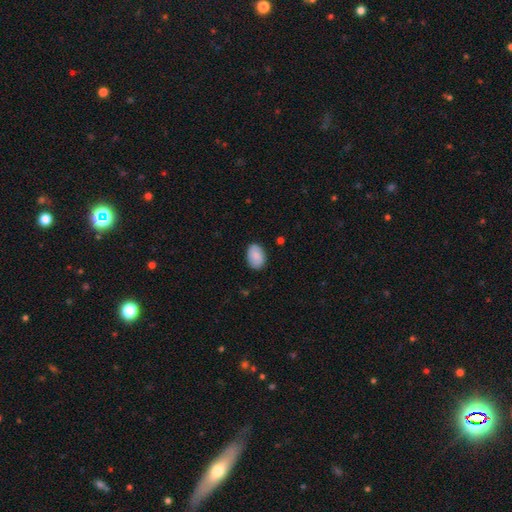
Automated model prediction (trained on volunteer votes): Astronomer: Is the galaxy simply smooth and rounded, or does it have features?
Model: smooth — 77%.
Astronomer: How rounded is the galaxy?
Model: in between — 84%.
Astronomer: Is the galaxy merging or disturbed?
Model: none — 84%.